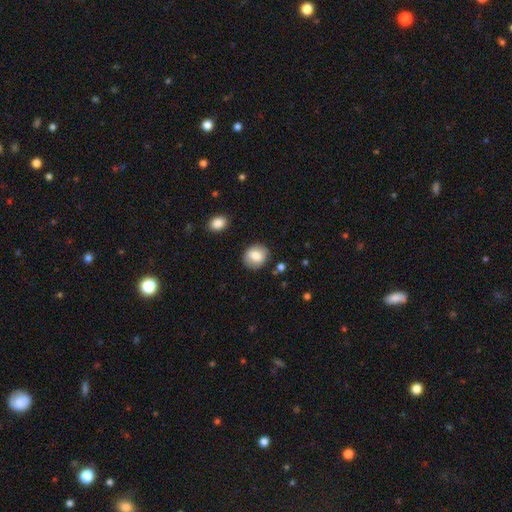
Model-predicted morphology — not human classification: The model was most divided on "how rounded": round: 74%, in between: 25%, cigar-shaped: 1%. More confident: merging — none (84%); smooth or featured — smooth (81%).